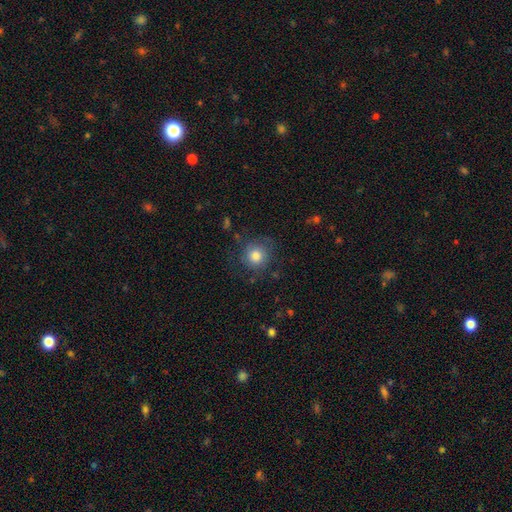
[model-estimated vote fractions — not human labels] A smooth galaxy with no disk features (79%) that is round (90%). Merging: none (74%).